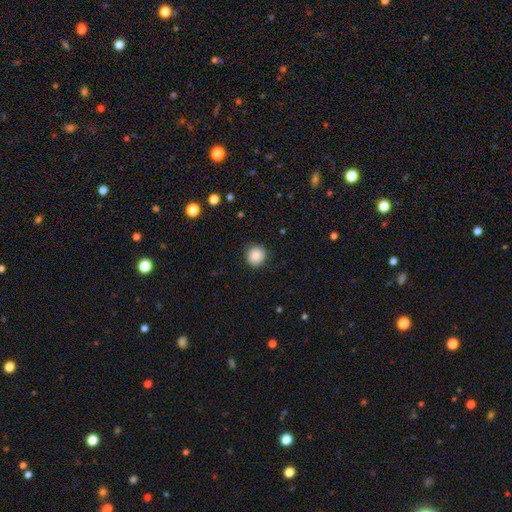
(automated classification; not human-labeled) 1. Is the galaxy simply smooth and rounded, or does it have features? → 87% smooth, 9% star or artifact, 4% featured or disk.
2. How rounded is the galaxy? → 92% round, 7% in between, 1% cigar-shaped.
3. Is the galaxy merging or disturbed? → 89% none, 8% minor disturbance, 2% major disturbance, 1% merger.